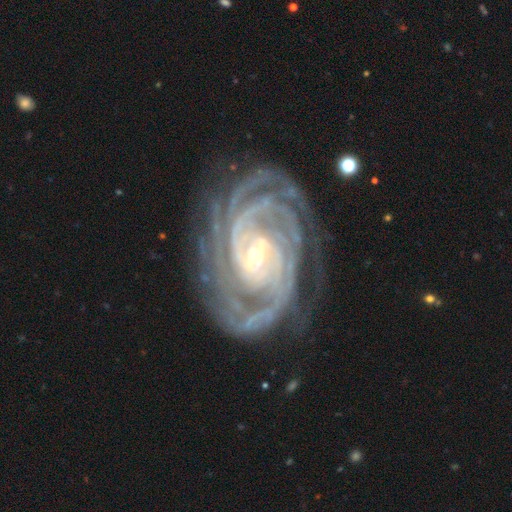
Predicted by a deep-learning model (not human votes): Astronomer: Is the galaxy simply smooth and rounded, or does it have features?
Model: featured or disk — 92%.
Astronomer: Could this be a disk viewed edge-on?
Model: no — 97%.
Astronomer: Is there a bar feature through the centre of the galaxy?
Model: no — 51% (runner-up: weak, 30%).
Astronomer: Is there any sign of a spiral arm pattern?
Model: yes — 99%.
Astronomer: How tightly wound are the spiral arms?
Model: tight — 77%.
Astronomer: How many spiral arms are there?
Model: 4 — 24% (runner-up: 3, 19%).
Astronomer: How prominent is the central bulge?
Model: small — 70%.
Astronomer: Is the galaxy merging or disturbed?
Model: none — 75%.